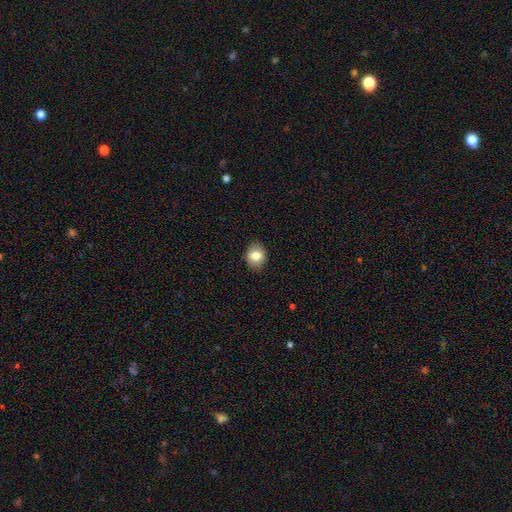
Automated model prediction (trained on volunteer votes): smooth-or-featured: smooth: 80% | featured or disk: 11% | star or artifact: 9%
  how-rounded: round: 62% | in between: 37% | cigar-shaped: 1%
  merging: none: 87% | minor disturbance: 10% | major disturbance: 2% | merger: 1%